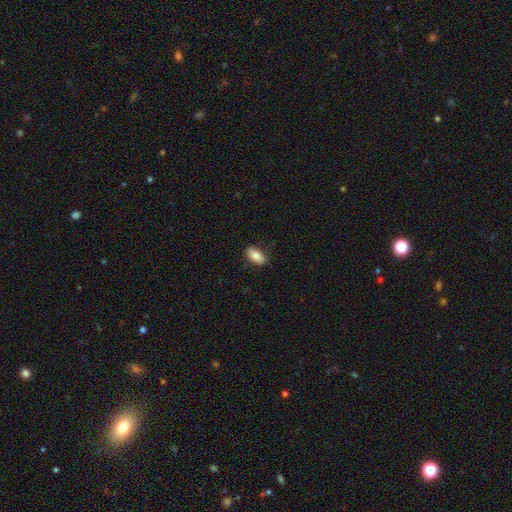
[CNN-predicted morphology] Q: Smooth or featured?
A: smooth (84%); runner-up: featured or disk (9%)
Q: How rounded?
A: in between (92%); runner-up: round (6%)
Q: Merging?
A: none (84%); runner-up: minor disturbance (12%)